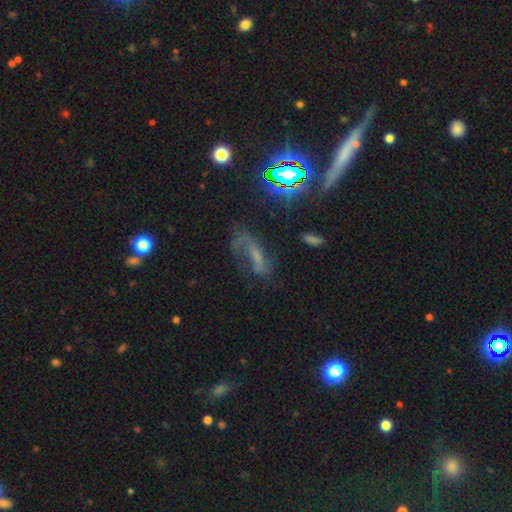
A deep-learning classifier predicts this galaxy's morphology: Smooth or featured?
  - featured or disk: 48% *
  - star or artifact: 26%
  - smooth: 26%
Merging?
  - none: 43% *
  - major disturbance: 31%
  - minor disturbance: 20%
  - merger: 6%